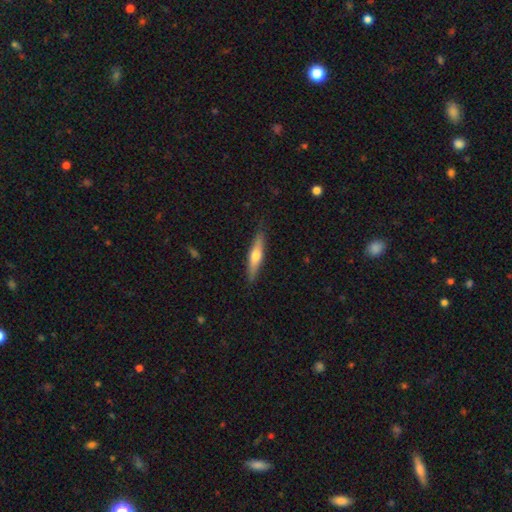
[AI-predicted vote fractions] smooth-or-featured: smooth: 48% | featured or disk: 47% | star or artifact: 6%
  merging: none: 87% | minor disturbance: 10% | major disturbance: 2% | merger: 1%